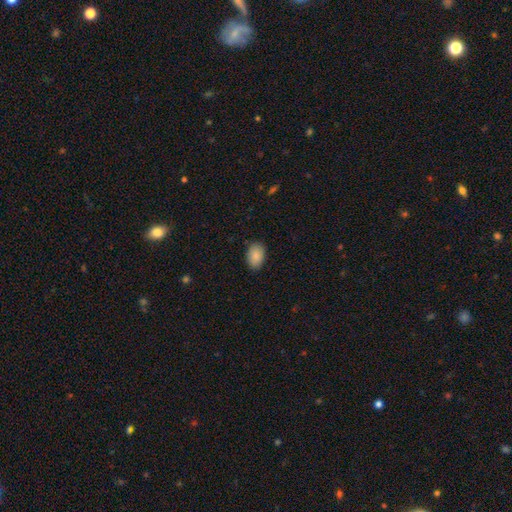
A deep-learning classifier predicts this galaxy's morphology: Overall: smooth (89%). How rounded: in between (86%). Merging: none (86%).